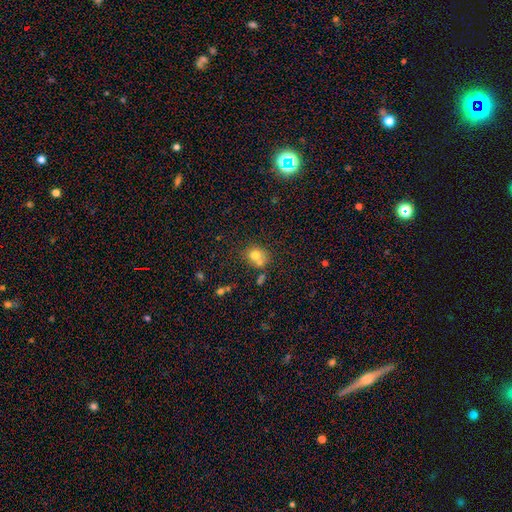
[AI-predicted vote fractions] A smooth galaxy with no disk features (72%) that is round (72%). Merging: none (45%).